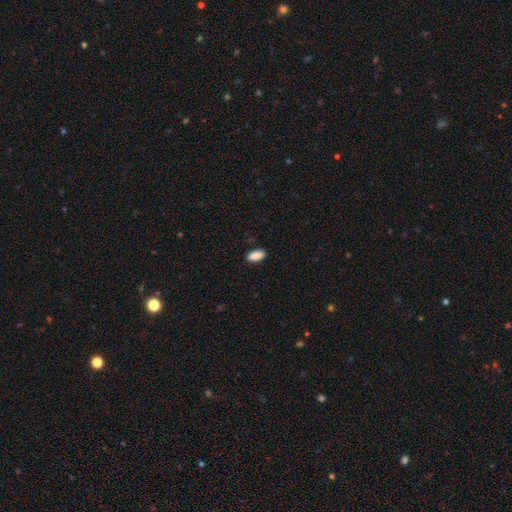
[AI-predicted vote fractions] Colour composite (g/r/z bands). It shows a smooth galaxy with no disk features (89%) that is in between round and cigar-shaped (91%). Merging: none (88%).